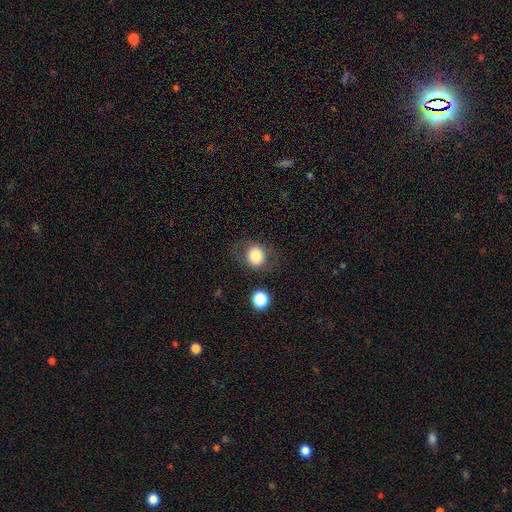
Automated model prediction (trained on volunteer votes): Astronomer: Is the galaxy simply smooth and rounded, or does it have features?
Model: smooth — 79%.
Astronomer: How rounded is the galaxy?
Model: round — 77%.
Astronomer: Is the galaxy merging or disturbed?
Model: none — 75%.